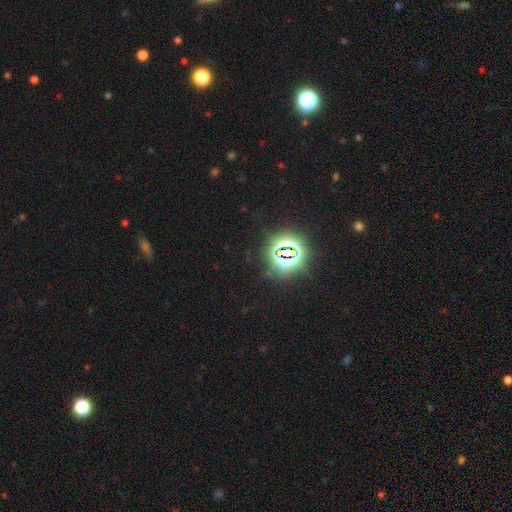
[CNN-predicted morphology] Smooth or featured? Predicted: star or artifact (p=0.80).